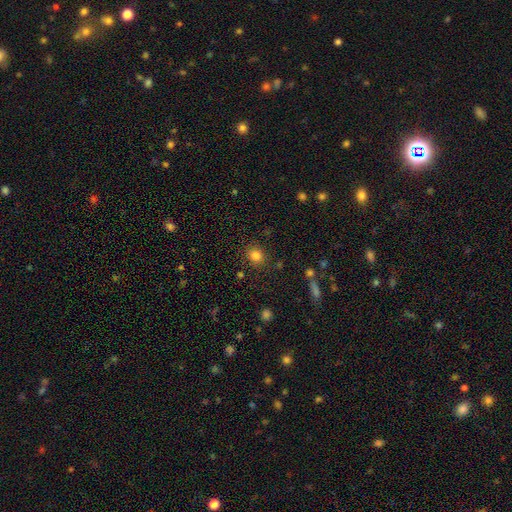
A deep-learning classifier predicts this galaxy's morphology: Smooth or featured? smooth (82%)
How rounded? round (81%)
Merging? none (87%)